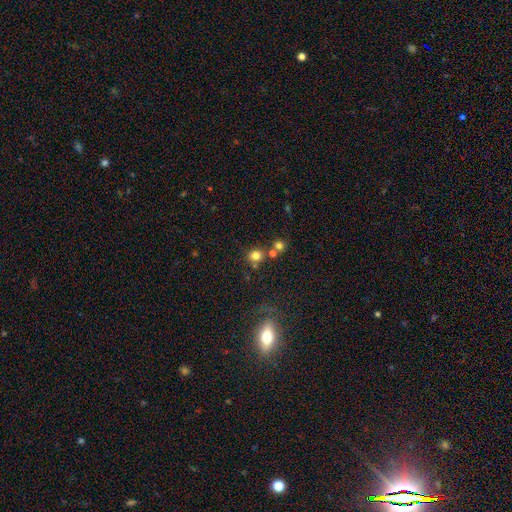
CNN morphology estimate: Smooth or featured? smooth (76%)
How rounded? round (85%)
Merging? none (68%)